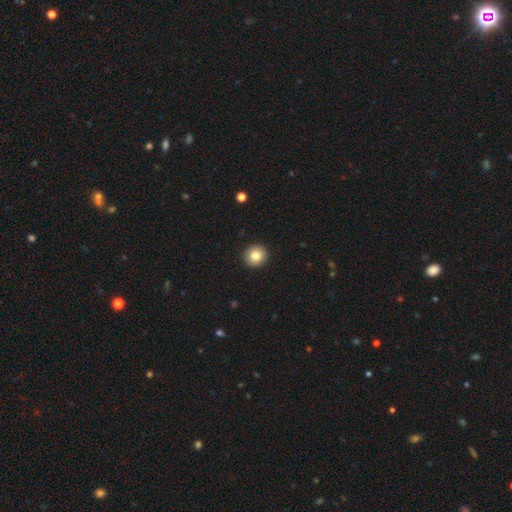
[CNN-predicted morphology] Q: Smooth or featured?
A: smooth (83%); runner-up: star or artifact (9%)
Q: How rounded?
A: round (92%); runner-up: in between (7%)
Q: Merging?
A: none (93%); runner-up: minor disturbance (5%)